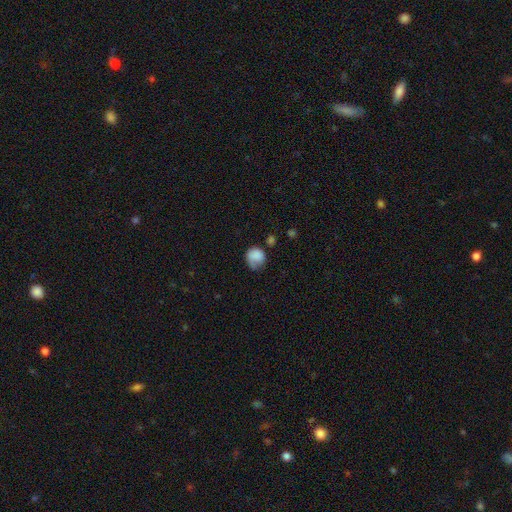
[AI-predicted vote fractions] Morphology: type=smooth (77%); roundness=round (73%); merging=none (42%).